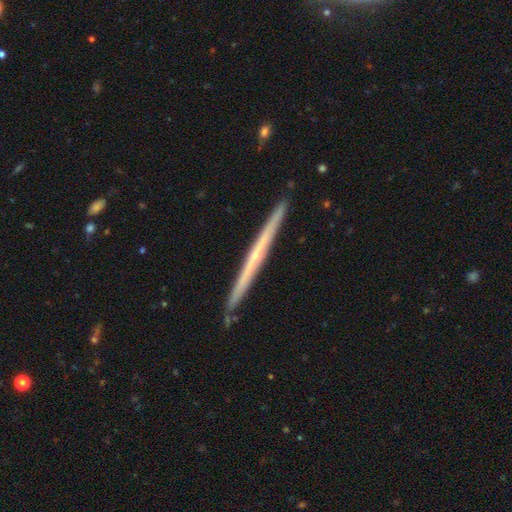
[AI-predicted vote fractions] Smooth or featured?
  - featured or disk: 66% *
  - smooth: 28%
  - star or artifact: 6%
Edge-on disk?
  - yes: 98% *
  - no: 2%
Edge-on bulge?
  - none: 75% *
  - rounded: 22%
  - boxy: 3%
Merging?
  - none: 91% *
  - minor disturbance: 7%
  - merger: 1%
  - major disturbance: 1%